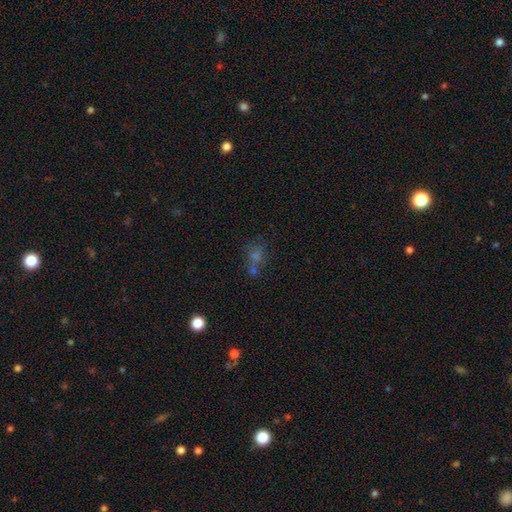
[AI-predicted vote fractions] smooth 57%, star or artifact 31%, featured or disk 12%. Down the decision tree: how rounded — round (69%); merging — none (56%).